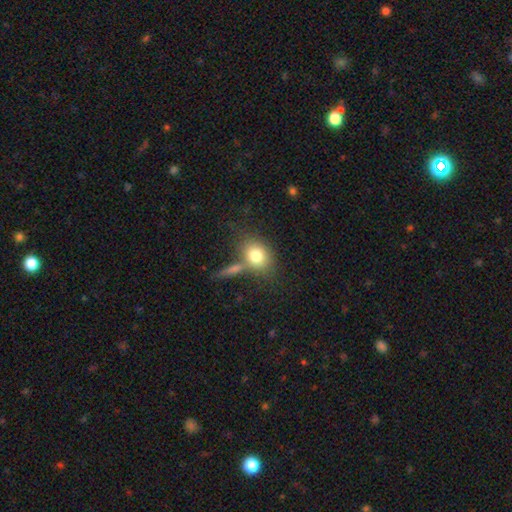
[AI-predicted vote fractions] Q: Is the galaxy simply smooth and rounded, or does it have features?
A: smooth — 77%.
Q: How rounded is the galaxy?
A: round — 50%.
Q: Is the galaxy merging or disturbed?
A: none — 56%.